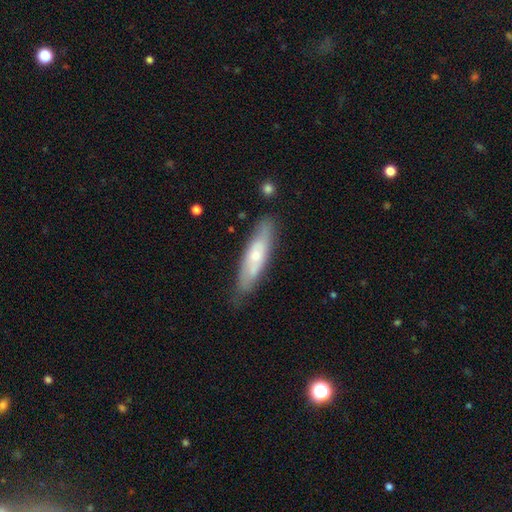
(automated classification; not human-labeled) featured or disk 51%, smooth 43%, star or artifact 6%. Down the decision tree: edge-on disk — no (55%); merging — none (77%).